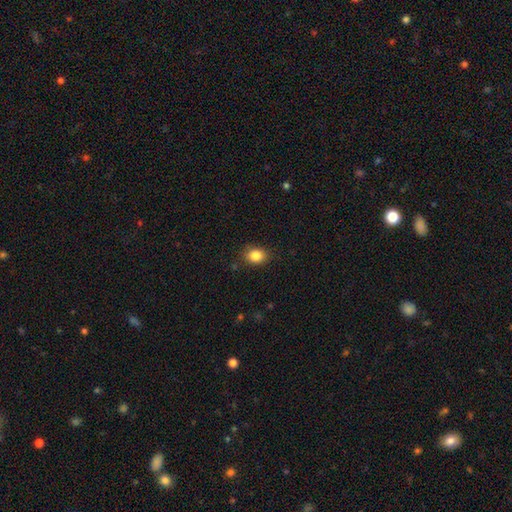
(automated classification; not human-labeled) The model was most divided on "how rounded": in between: 59%, round: 40%, cigar-shaped: 1%. More confident: smooth or featured — smooth (85%); merging — none (85%).